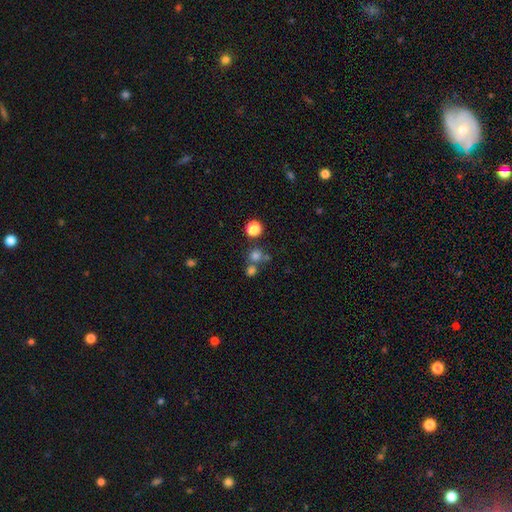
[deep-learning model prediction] Smooth or featured: smooth — 72% (star or artifact — 20%)
How rounded: round — 89% (in between — 10%)
Merging: none — 58% (merger — 31%)